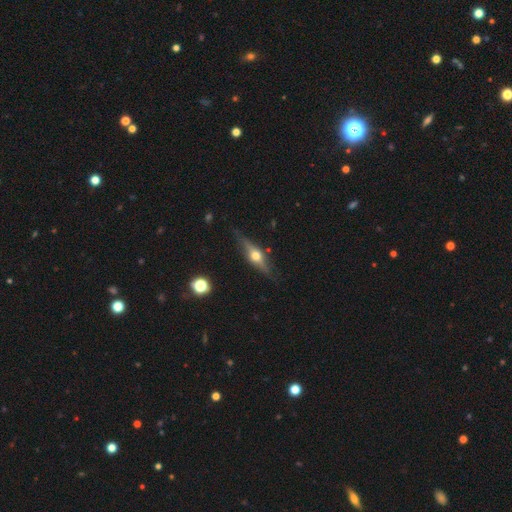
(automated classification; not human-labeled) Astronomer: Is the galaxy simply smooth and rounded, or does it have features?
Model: featured or disk — 70%.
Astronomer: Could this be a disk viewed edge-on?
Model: yes — 94%.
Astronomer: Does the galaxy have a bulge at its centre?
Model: rounded — 95%.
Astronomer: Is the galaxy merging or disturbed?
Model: none — 85%.